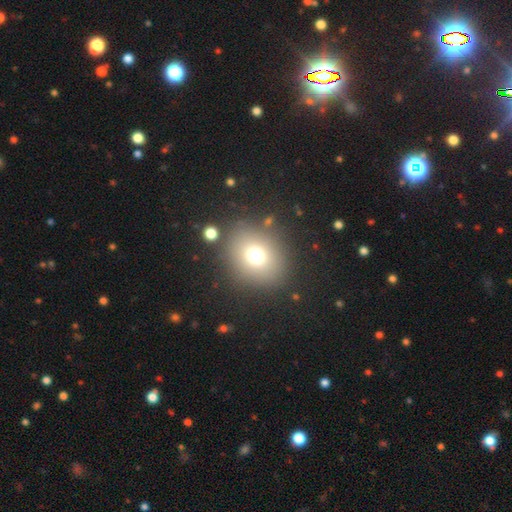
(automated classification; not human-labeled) Smooth or featured?
  - smooth: 72% *
  - star or artifact: 16%
  - featured or disk: 12%
How rounded?
  - round: 67% *
  - in between: 32%
  - cigar-shaped: 1%
Merging?
  - none: 84% *
  - minor disturbance: 8%
  - major disturbance: 4%
  - merger: 3%